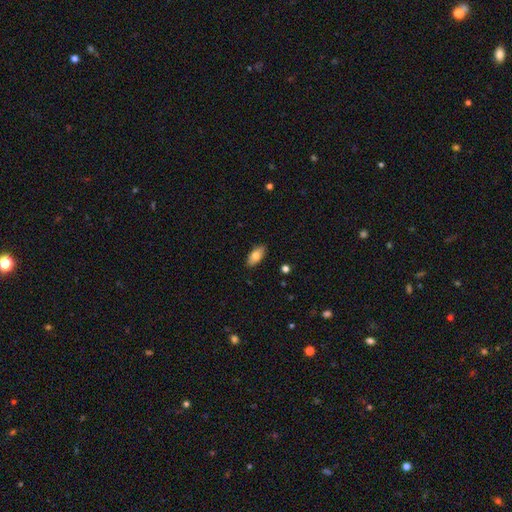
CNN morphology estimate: Smooth or featured? smooth (79%)
How rounded? in between (90%)
Merging? none (88%)